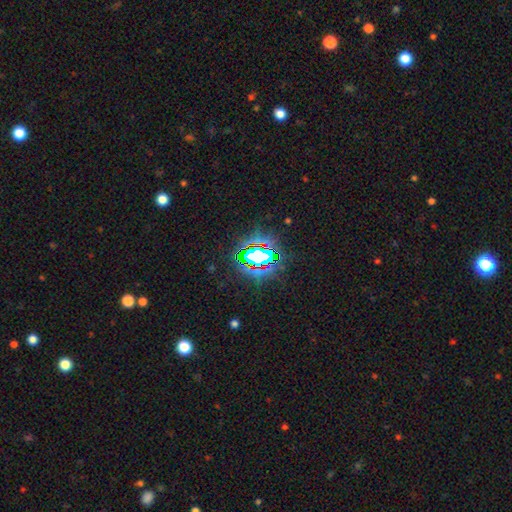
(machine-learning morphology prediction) Overall: star or artifact (69%).